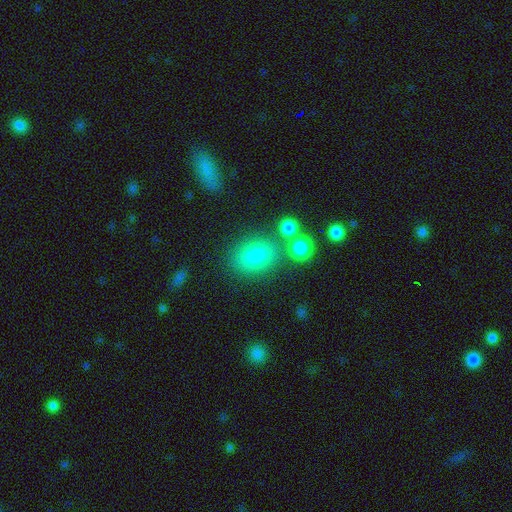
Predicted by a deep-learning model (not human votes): Smooth or featured?
  - smooth: 78% *
  - star or artifact: 13%
  - featured or disk: 10%
How rounded?
  - in between: 52% *
  - round: 47%
  - cigar-shaped: 1%
Merging?
  - none: 73% *
  - merger: 11%
  - minor disturbance: 11%
  - major disturbance: 4%